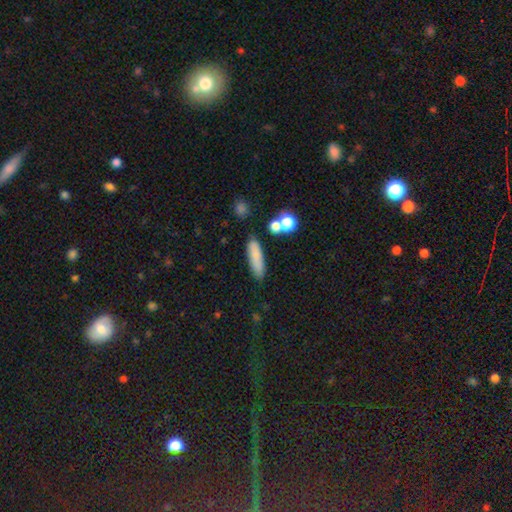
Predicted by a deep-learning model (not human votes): Overall: smooth (81%). How rounded: cigar-shaped (67%; in between 30%). Merging: none (80%).